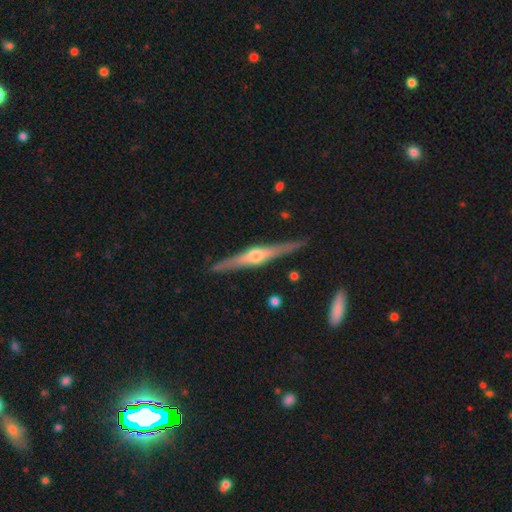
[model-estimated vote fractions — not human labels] Overall: featured or disk (79%). Edge-on disk: yes (98%). Edge-on bulge: rounded (92%). Merging: none (89%).